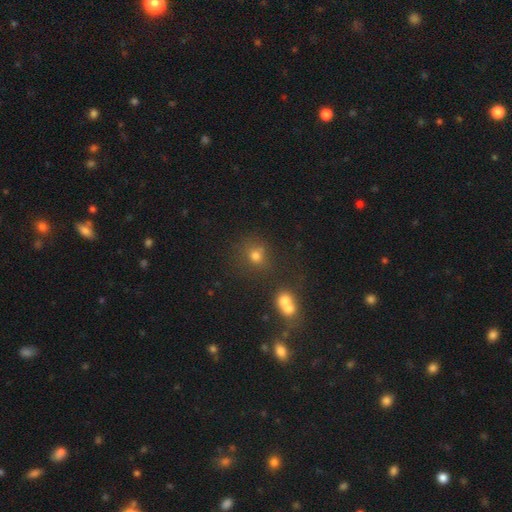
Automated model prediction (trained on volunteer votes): Smooth or featured? Predicted: smooth (p=0.70). How rounded? Predicted: round (p=0.77). Merging? Predicted: none (p=0.62).